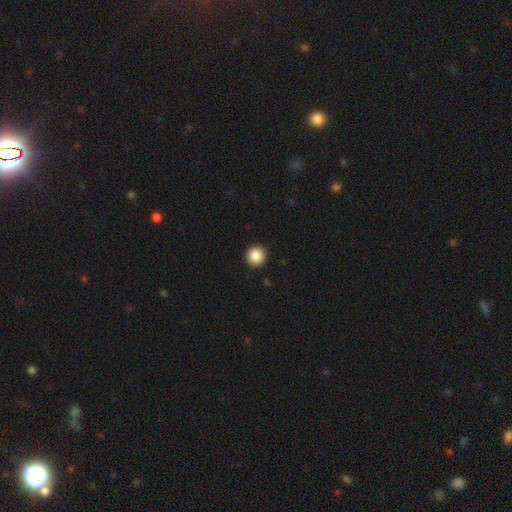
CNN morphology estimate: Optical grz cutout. It shows a smooth galaxy with no disk features (88%) that is round (96%). Merging: none (94%).